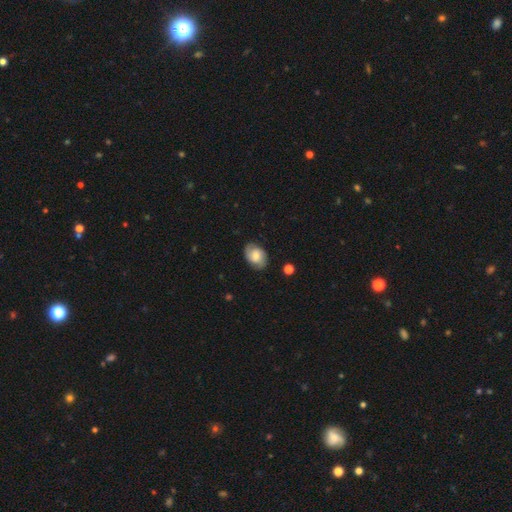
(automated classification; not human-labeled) A smooth galaxy with no disk features (60%) that is in between round and cigar-shaped (77%).

Vote fractions:
- Smooth or featured? smooth: 60% / featured or disk: 32% / star or artifact: 8%
- How rounded? in between: 77% / round: 22% / cigar-shaped: 1%
- Merging? none: 79% / minor disturbance: 16% / major disturbance: 3% / merger: 1%